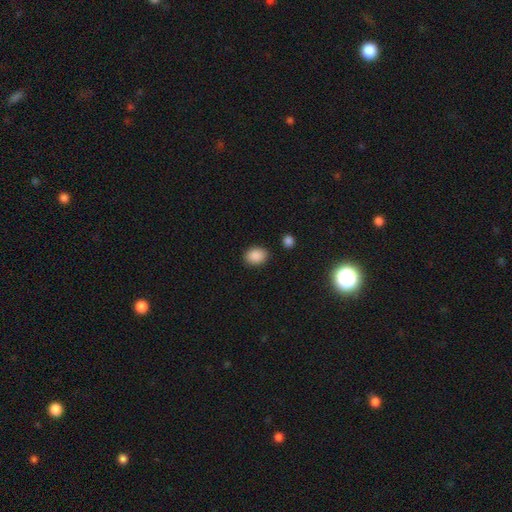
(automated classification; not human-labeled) Smooth or featured?
  - smooth: 88% *
  - star or artifact: 8%
  - featured or disk: 3%
How rounded?
  - in between: 65% *
  - round: 34%
  - cigar-shaped: 1%
Merging?
  - none: 86% *
  - minor disturbance: 9%
  - major disturbance: 3%
  - merger: 2%